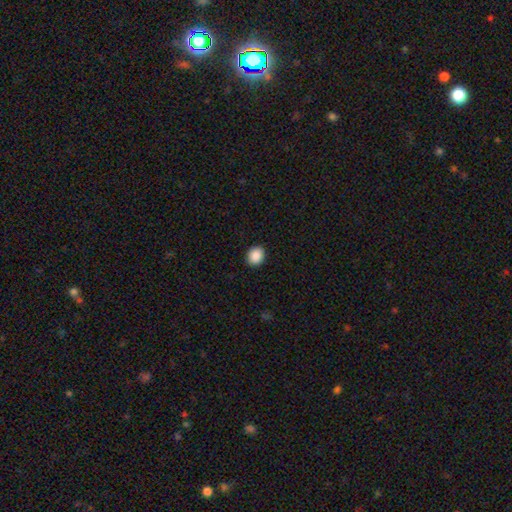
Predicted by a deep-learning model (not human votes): Morphology: type=smooth (89%); roundness=round (64%); merging=none (91%).